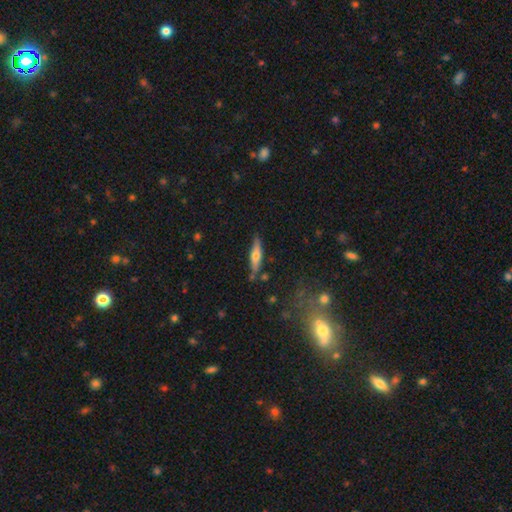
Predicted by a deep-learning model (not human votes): smooth 53%, featured or disk 41%, star or artifact 6%. Down the decision tree: how rounded — cigar-shaped (75%); merging — none (79%).